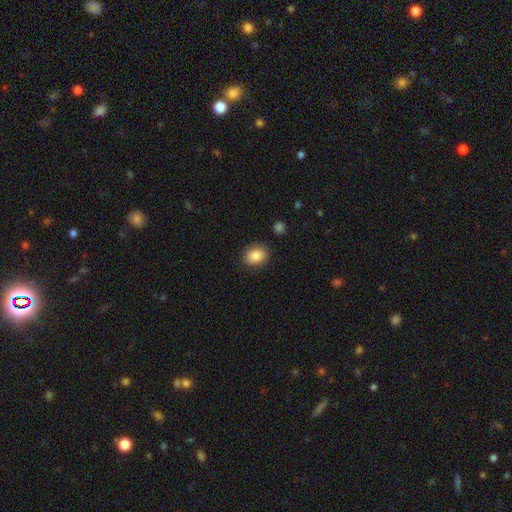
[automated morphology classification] A smooth galaxy with no disk features (86%) that is in between round and cigar-shaped (65%). Merging: none (85%).